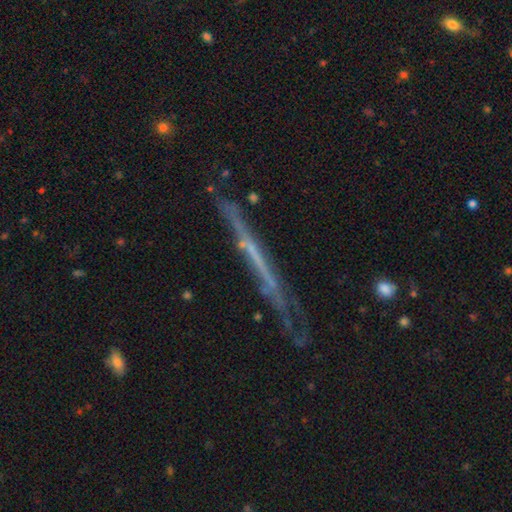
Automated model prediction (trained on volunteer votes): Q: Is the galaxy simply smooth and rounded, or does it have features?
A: featured or disk — 65%.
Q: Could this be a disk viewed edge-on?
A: yes — 90%.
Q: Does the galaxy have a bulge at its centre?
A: none — 87%.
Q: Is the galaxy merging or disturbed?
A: none — 66%.